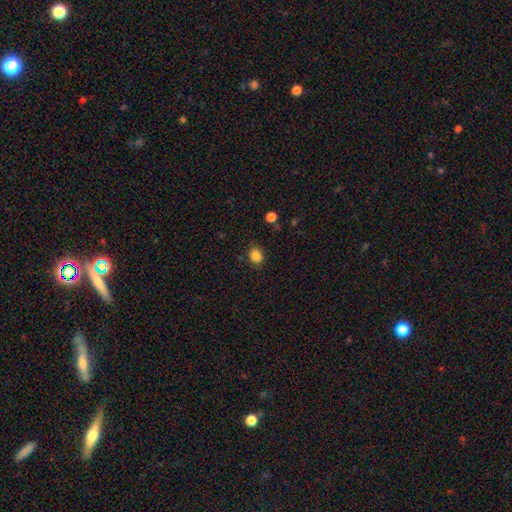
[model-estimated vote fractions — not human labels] Morphology: type=smooth (85%); roundness=round (53%); merging=none (83%).